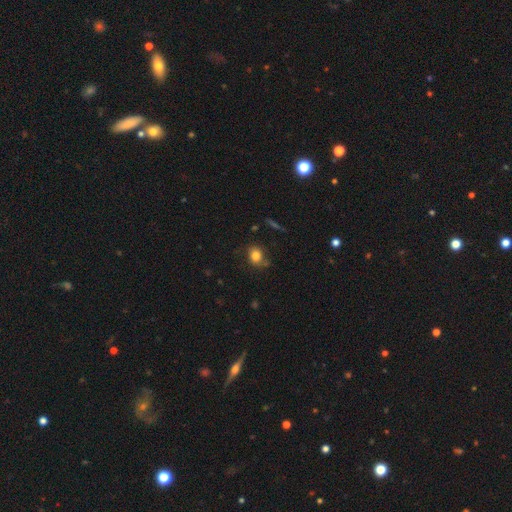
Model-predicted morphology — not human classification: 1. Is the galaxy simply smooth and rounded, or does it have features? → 79% smooth, 11% star or artifact, 10% featured or disk.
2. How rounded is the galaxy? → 55% round, 44% in between, 1% cigar-shaped.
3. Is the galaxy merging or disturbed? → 69% none, 22% minor disturbance, 7% major disturbance, 3% merger.